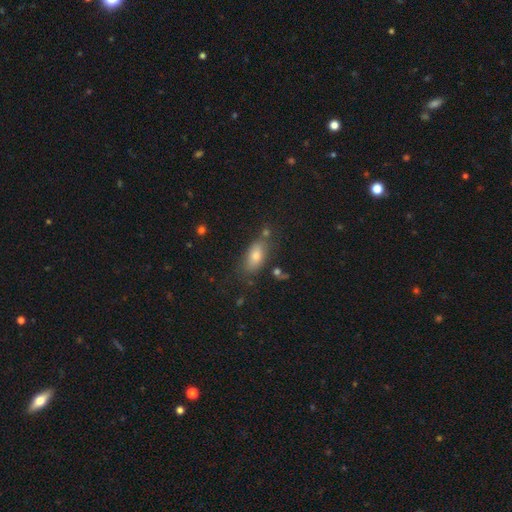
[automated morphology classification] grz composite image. It shows a smooth galaxy with no disk features (73%) that is in between round and cigar-shaped (84%). Merging: none (72%).